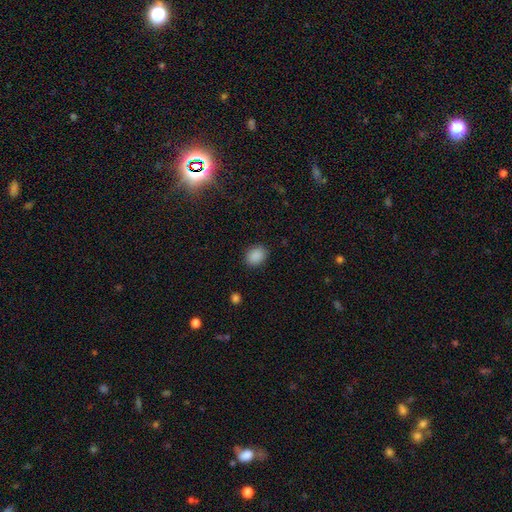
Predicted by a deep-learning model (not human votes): This appears to be a smooth galaxy with no disk features (88%) that is in between round and cigar-shaped (53%). Merging: none (88%).